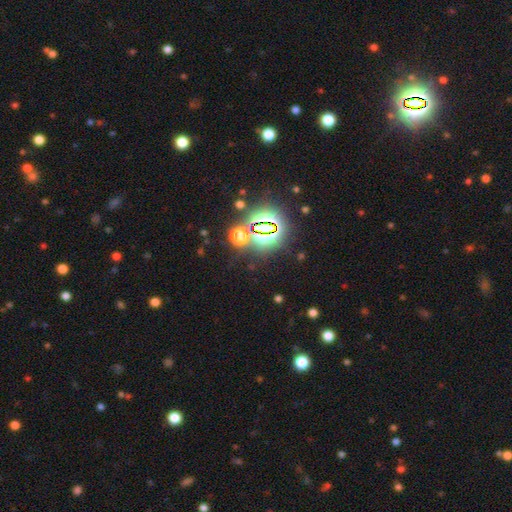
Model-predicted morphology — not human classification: Smooth or featured? Predicted: star or artifact (p=0.82).